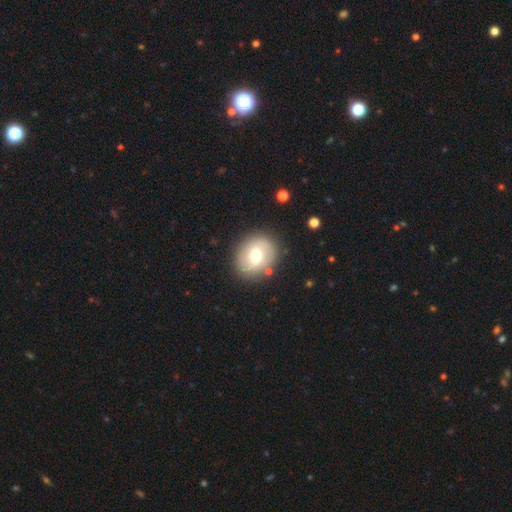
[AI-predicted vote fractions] Q: Smooth or featured?
A: smooth (67%); runner-up: featured or disk (24%)
Q: How rounded?
A: round (63%); runner-up: in between (36%)
Q: Merging?
A: none (84%); runner-up: minor disturbance (9%)